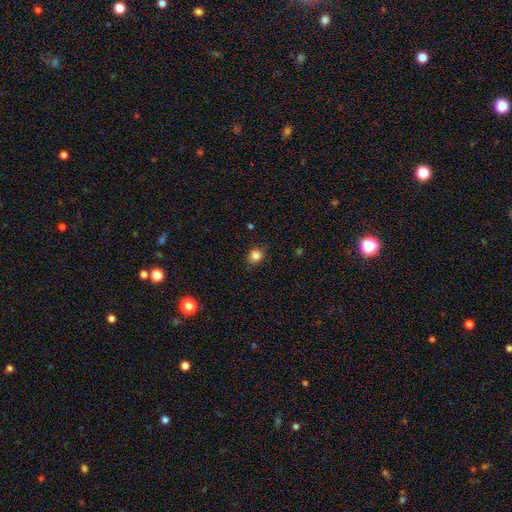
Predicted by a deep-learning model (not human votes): This is clearly a smooth galaxy (84%). How rounded: likely round (79%). Merging: clearly none (86%).